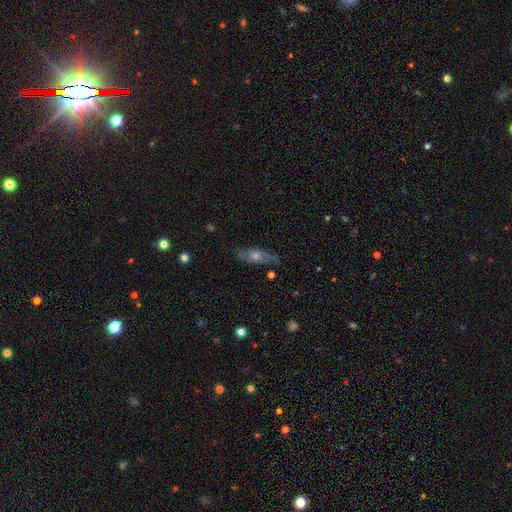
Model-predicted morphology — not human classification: featured or disk 65%, smooth 25%, star or artifact 10%. Down the decision tree: edge-on disk — no (69%); merging — none (76%).